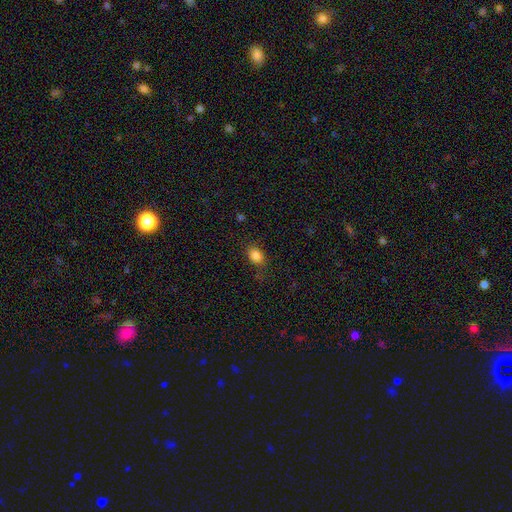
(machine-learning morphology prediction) smooth_or_featured: smooth (p=0.85) [alt: star or artifact p=0.11]
how_rounded: in between (p=0.67) [alt: round p=0.32]
merging: none (p=0.79) [alt: minor disturbance p=0.15]